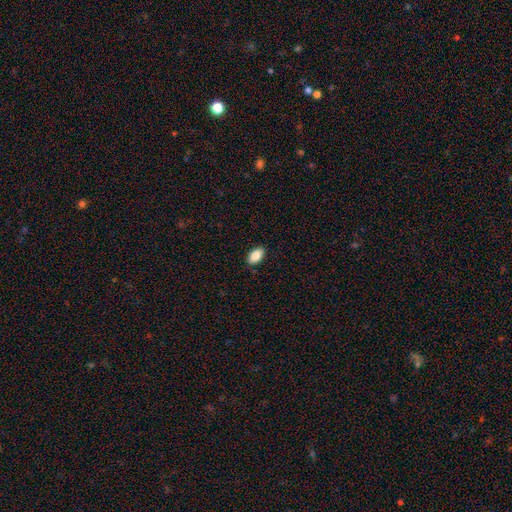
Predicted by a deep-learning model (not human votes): Smooth or featured?
  - smooth: 87% *
  - star or artifact: 7%
  - featured or disk: 6%
How rounded?
  - in between: 93% *
  - round: 4%
  - cigar-shaped: 2%
Merging?
  - none: 89% *
  - minor disturbance: 9%
  - major disturbance: 2%
  - merger: 1%